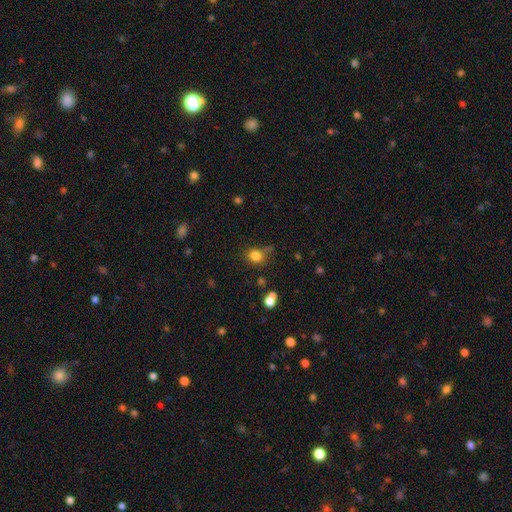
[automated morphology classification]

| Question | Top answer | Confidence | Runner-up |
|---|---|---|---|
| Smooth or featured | smooth | 81% | star or artifact (13%) |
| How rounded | round | 73% | in between (26%) |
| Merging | none | 59% | minor disturbance (23%) |